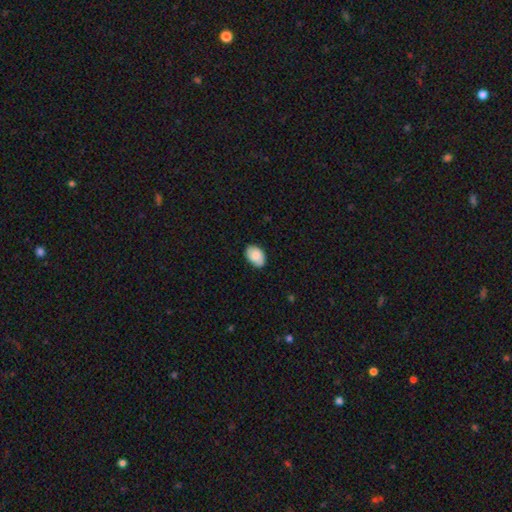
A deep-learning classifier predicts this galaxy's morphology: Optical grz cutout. It shows a smooth galaxy with no disk features (80%) that is in between round and cigar-shaped (84%). Merging: none (75%).